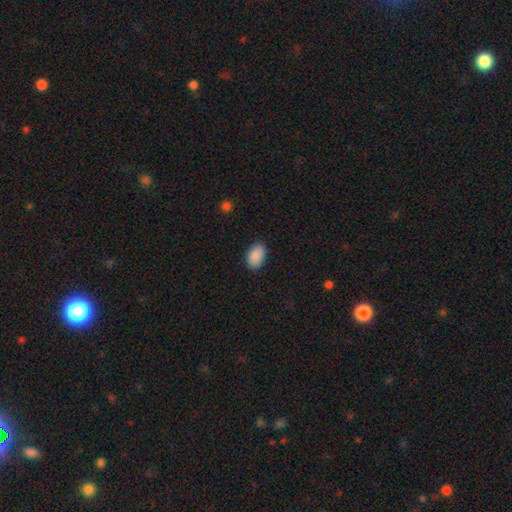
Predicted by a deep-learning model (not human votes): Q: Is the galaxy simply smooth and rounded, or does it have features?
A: smooth — 90%.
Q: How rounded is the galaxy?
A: in between — 90%.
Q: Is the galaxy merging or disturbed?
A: none — 86%.